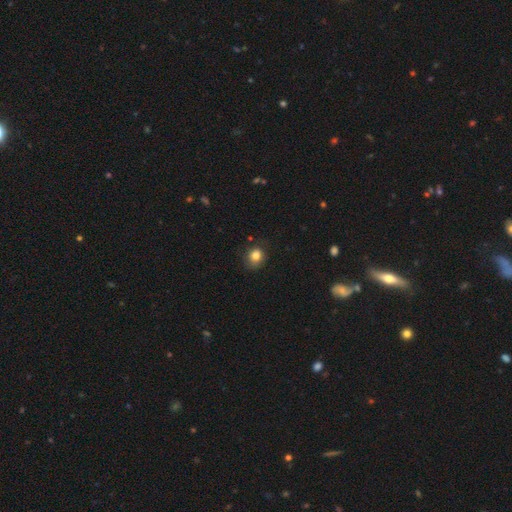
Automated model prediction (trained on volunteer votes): A smooth galaxy with no disk features (82%) that is round (73%). Merging: none (73%).